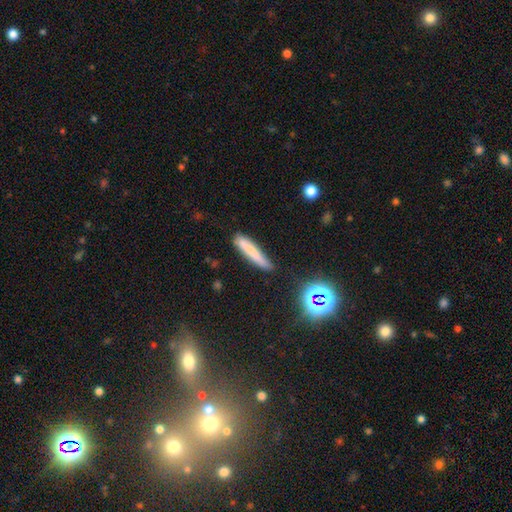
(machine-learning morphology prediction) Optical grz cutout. It shows a smooth galaxy with no disk features (73%) that is cigar-shaped (90%). Merging: none (72%).